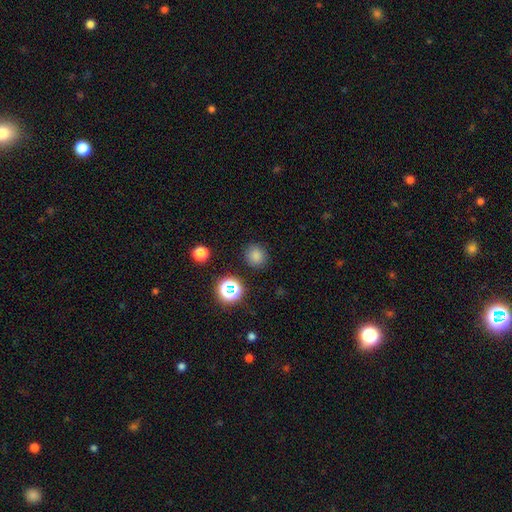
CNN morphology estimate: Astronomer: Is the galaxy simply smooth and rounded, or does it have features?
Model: smooth — 78%.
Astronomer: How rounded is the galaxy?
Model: round — 85%.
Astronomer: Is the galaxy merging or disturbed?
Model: none — 87%.